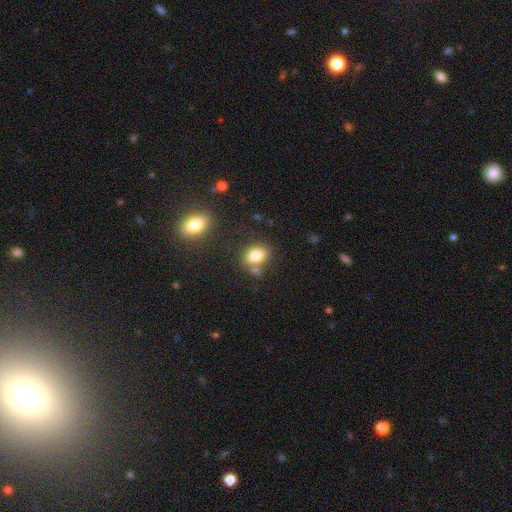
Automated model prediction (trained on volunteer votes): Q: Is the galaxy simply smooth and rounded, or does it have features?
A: smooth — 81%.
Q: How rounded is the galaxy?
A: in between — 78%.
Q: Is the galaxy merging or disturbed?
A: none — 63%.